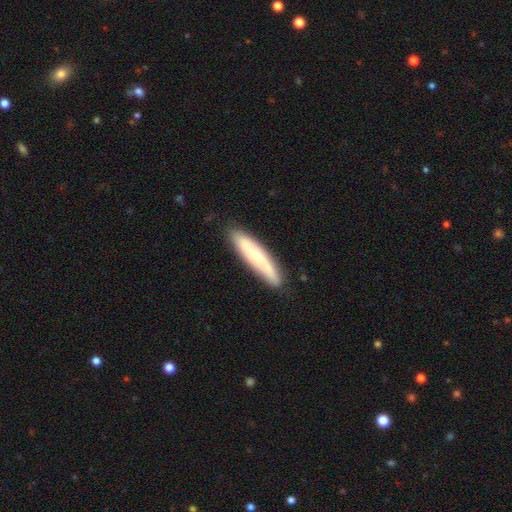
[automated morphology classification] A smooth galaxy with no disk features (50%) that is cigar-shaped (81%).

Vote fractions:
- Smooth or featured? smooth: 50% / featured or disk: 44% / star or artifact: 6%
- How rounded? cigar-shaped: 81% / in between: 17% / round: 2%
- Merging? none: 86% / minor disturbance: 11% / major disturbance: 2% / merger: 1%